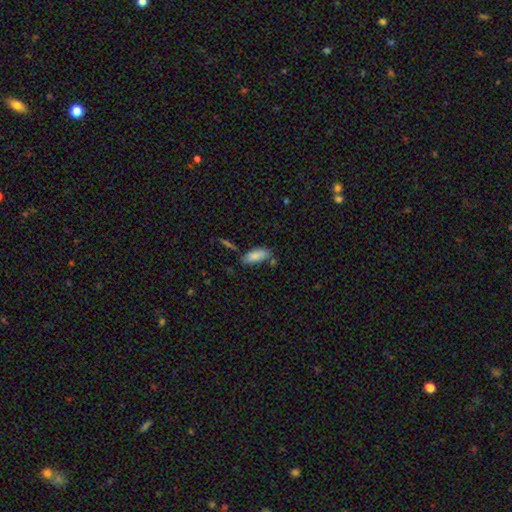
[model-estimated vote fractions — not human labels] Smooth or featured?
  - smooth: 82% *
  - featured or disk: 10%
  - star or artifact: 7%
How rounded?
  - in between: 79% *
  - cigar-shaped: 19%
  - round: 2%
Merging?
  - none: 66% *
  - minor disturbance: 19%
  - merger: 11%
  - major disturbance: 5%